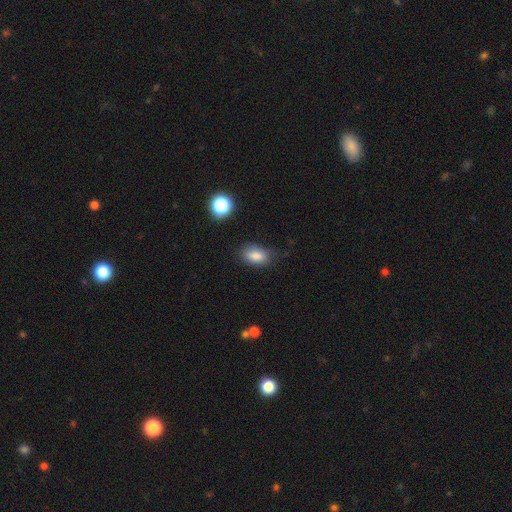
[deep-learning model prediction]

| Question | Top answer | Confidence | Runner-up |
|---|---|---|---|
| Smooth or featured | smooth | 84% | star or artifact (9%) |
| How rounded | in between | 89% | round (8%) |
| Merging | none | 74% | minor disturbance (20%) |